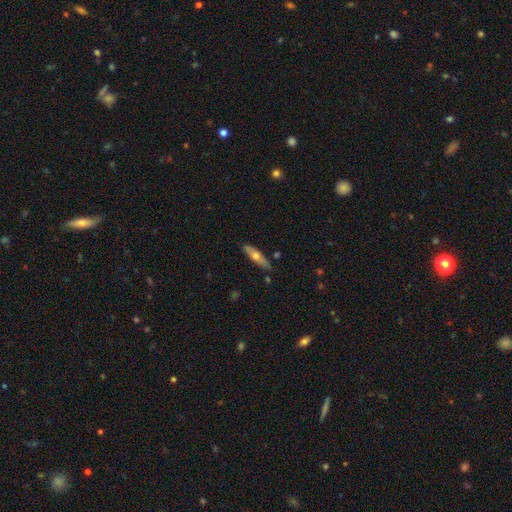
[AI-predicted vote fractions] smooth 56%, featured or disk 37%, star or artifact 6%. Down the decision tree: how rounded — cigar-shaped (70%); merging — none (82%).